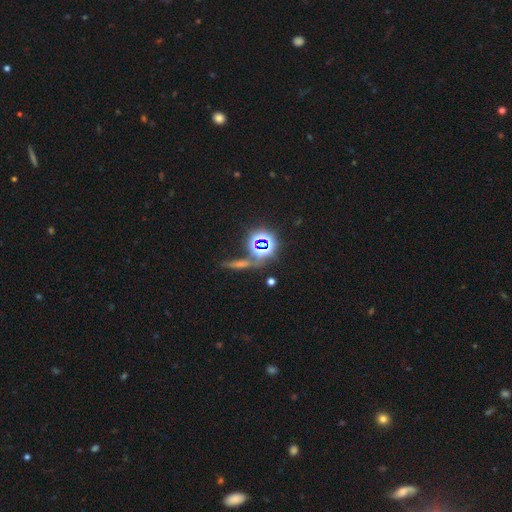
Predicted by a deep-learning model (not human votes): The model was most divided on "smooth or featured": star or artifact: 67%, smooth: 21%, featured or disk: 12%.